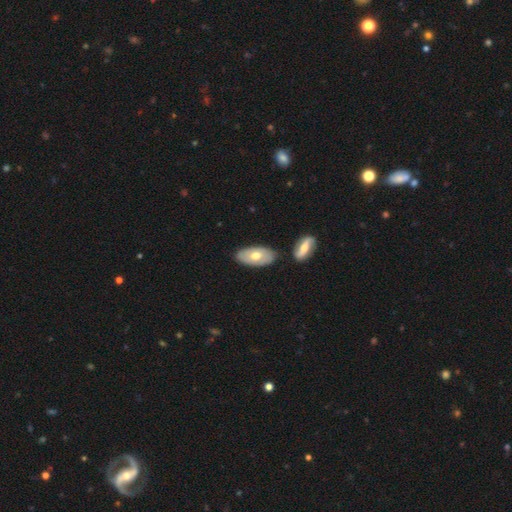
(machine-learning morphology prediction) The model was most divided on "smooth or featured": smooth: 55%, featured or disk: 40%, star or artifact: 5%. More confident: how rounded — in between (93%); merging — none (76%).